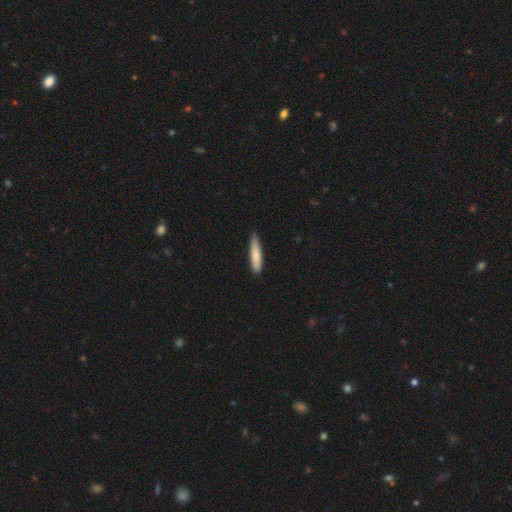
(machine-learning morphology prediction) A smooth galaxy with no disk features (80%) that is cigar-shaped (85%).

Vote fractions:
- Smooth or featured? smooth: 80% / featured or disk: 14% / star or artifact: 6%
- How rounded? cigar-shaped: 85% / in between: 14% / round: 1%
- Merging? none: 77% / minor disturbance: 20% / major disturbance: 2% / merger: 1%